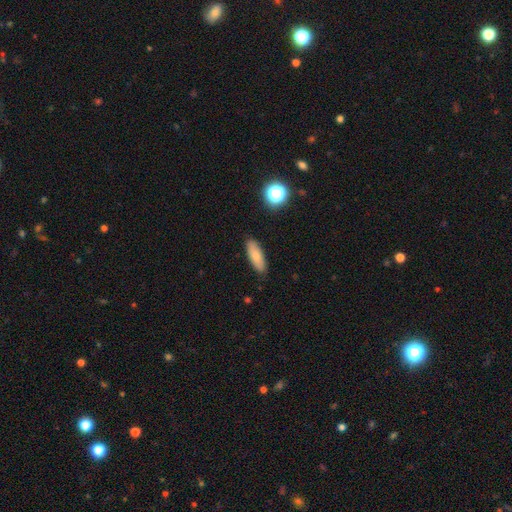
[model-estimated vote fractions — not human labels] smooth_or_featured: smooth (p=0.81) [alt: featured or disk p=0.12]
how_rounded: in between (p=0.59) [alt: cigar-shaped p=0.39]
merging: none (p=0.87) [alt: minor disturbance p=0.09]